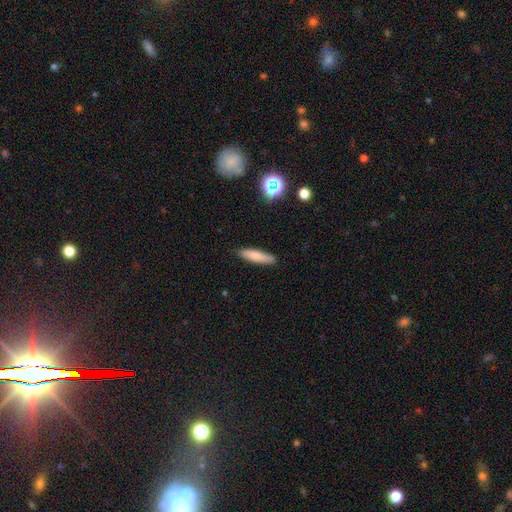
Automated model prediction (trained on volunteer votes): Smooth or featured? Predicted: smooth (p=0.79). How rounded? Predicted: cigar-shaped (p=0.78). Merging? Predicted: none (p=0.88).